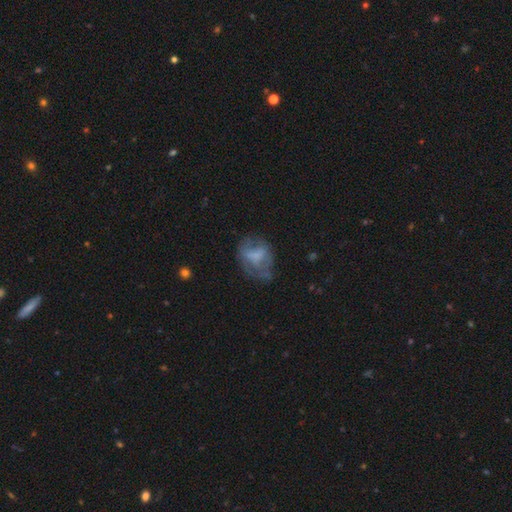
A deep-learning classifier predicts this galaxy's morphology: Q: Smooth or featured?
A: smooth (47%); runner-up: featured or disk (42%)
Q: Merging?
A: none (42%); runner-up: major disturbance (29%)